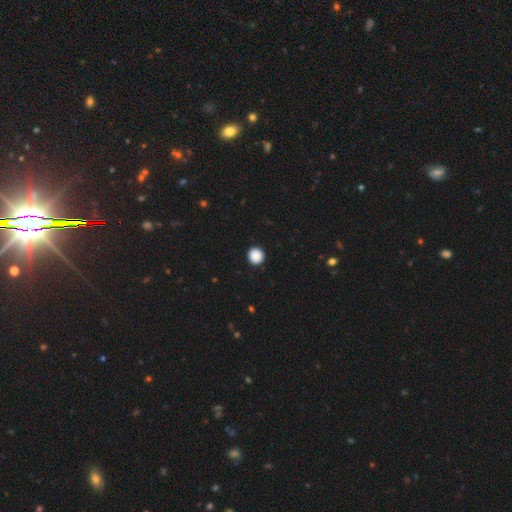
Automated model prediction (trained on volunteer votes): Smooth or featured? Predicted: smooth (p=0.89). How rounded? Predicted: round (p=0.96). Merging? Predicted: none (p=0.94).